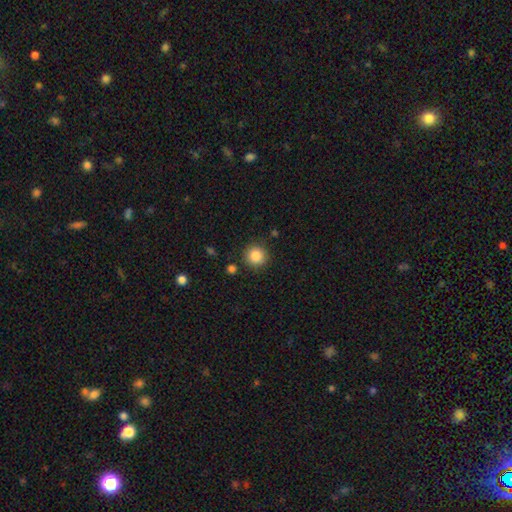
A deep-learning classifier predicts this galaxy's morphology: This is clearly a smooth galaxy (87%). How rounded: clearly round (93%). Merging: clearly none (88%).